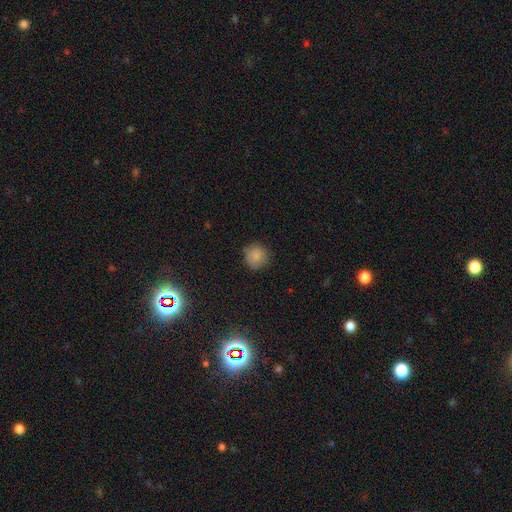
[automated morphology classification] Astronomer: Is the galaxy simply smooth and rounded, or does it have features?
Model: smooth — 84%.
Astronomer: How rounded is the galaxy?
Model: round — 92%.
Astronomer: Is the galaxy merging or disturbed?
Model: none — 81%.